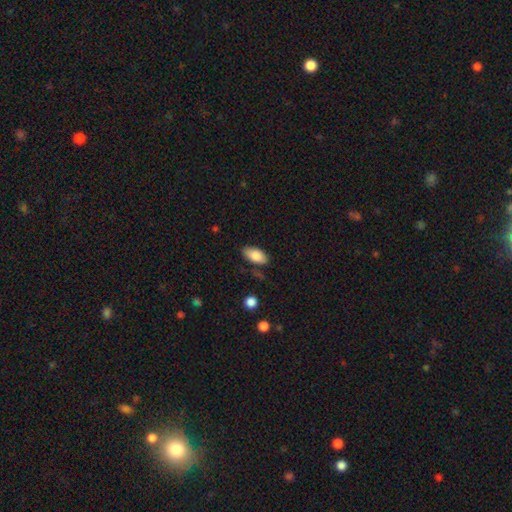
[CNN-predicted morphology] The model was most divided on "merging": none: 79%, minor disturbance: 15%, major disturbance: 3%, merger: 3%. More confident: how rounded — in between (92%); smooth or featured — smooth (83%).